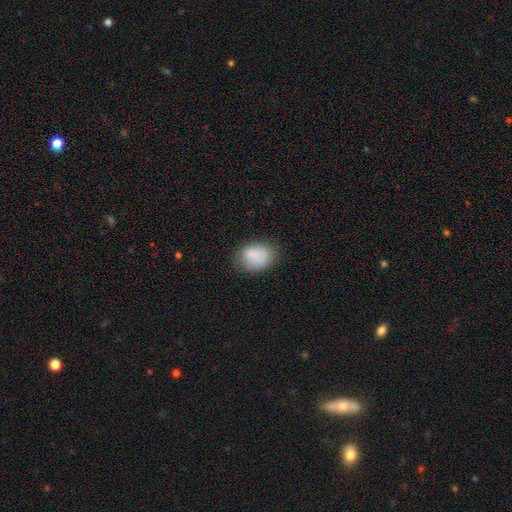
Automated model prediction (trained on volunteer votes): smooth-or-featured: smooth: 79% | featured or disk: 12% | star or artifact: 9%
  how-rounded: in between: 64% | round: 35% | cigar-shaped: 1%
  merging: none: 70% | minor disturbance: 20% | major disturbance: 6% | merger: 5%